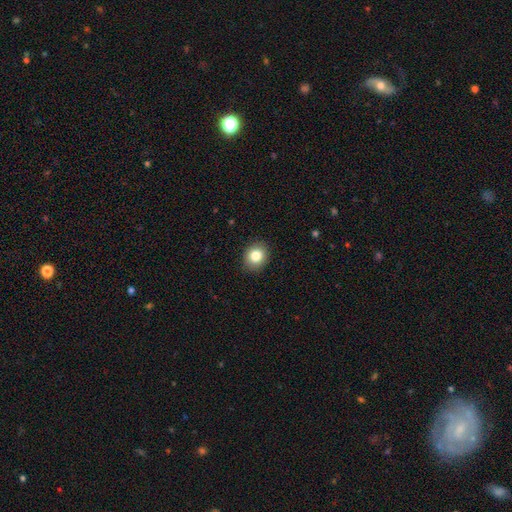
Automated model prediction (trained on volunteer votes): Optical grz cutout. It shows a smooth galaxy with no disk features (83%) that is round (67%). Merging: none (89%).